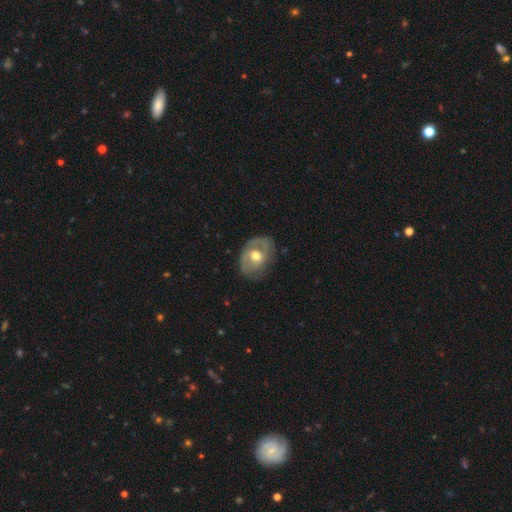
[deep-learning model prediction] Smooth or featured: featured or disk — 52% (smooth — 42%)
Edge-on disk: no — 94% (yes — 6%)
Merging: none — 64% (minor disturbance — 25%)